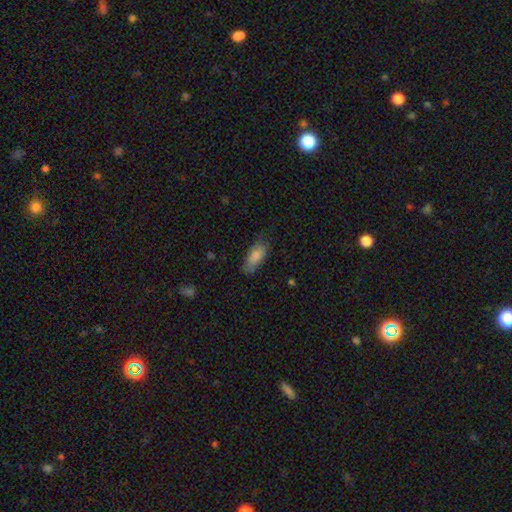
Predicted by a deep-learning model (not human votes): Smooth or featured? smooth (85%)
How rounded? in between (82%)
Merging? none (70%)